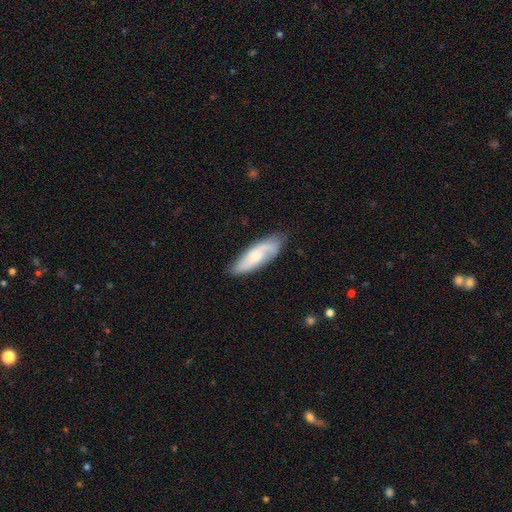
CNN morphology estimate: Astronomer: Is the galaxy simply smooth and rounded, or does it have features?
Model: featured or disk — 51% (runner-up: smooth, 43%).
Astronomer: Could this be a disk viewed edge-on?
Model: no — 83%.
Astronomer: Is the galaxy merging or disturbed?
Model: none — 73%.